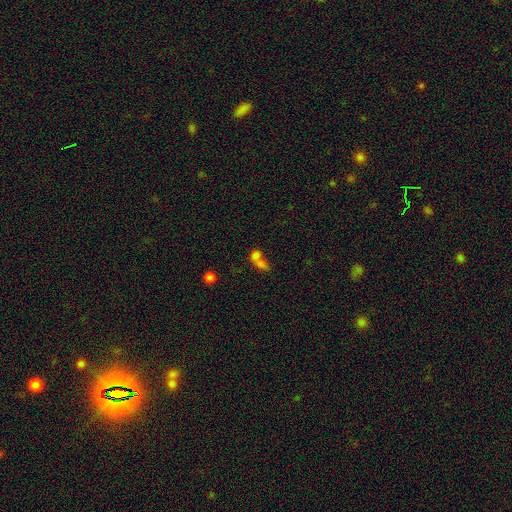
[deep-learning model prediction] Smooth or featured: smooth — 53% (star or artifact — 30%)
How rounded: in between — 51% (round — 41%)
Merging: merger — 48% (none — 35%)